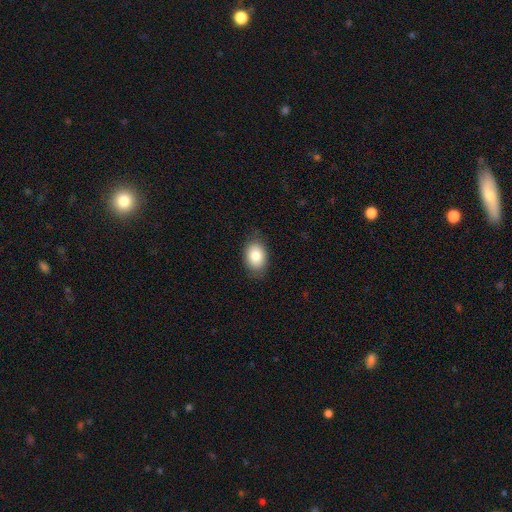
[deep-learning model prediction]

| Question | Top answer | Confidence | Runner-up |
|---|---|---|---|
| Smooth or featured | smooth | 83% | featured or disk (9%) |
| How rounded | in between | 82% | round (17%) |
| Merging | none | 81% | minor disturbance (15%) |